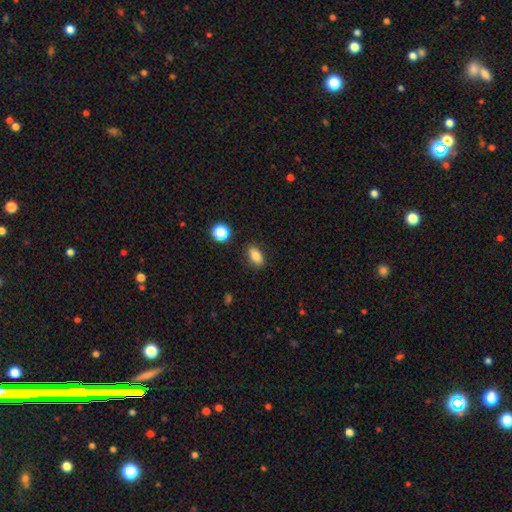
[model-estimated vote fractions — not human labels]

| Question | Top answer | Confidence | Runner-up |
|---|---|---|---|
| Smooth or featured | smooth | 81% | star or artifact (10%) |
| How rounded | in between | 86% | round (9%) |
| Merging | none | 85% | minor disturbance (10%) |